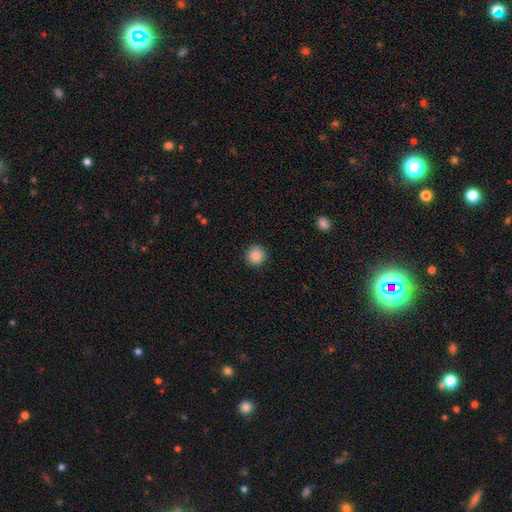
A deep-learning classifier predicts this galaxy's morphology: Smooth or featured? Predicted: smooth (p=0.88). How rounded? Predicted: round (p=0.95). Merging? Predicted: none (p=0.92).